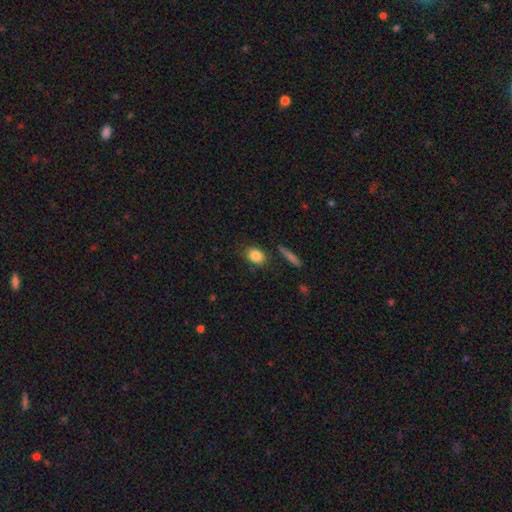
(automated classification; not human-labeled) A smooth galaxy with no disk features (85%) that is in between round and cigar-shaped (59%).

Vote fractions:
- Smooth or featured? smooth: 85% / star or artifact: 8% / featured or disk: 7%
- How rounded? in between: 59% / round: 38% / cigar-shaped: 4%
- Merging? none: 81% / minor disturbance: 12% / merger: 4% / major disturbance: 3%